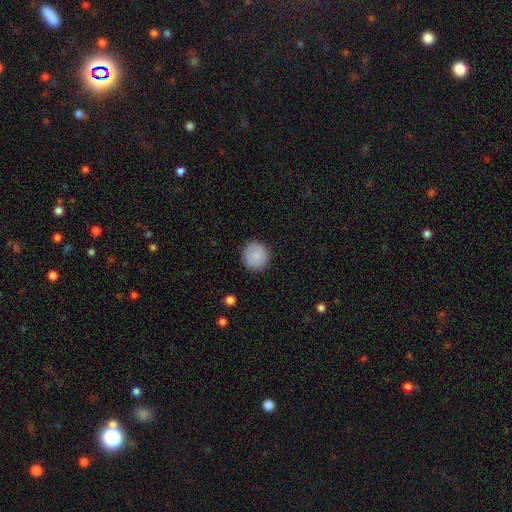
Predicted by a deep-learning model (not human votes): A smooth galaxy with no disk features (84%) that is round (92%). Merging: none (89%).